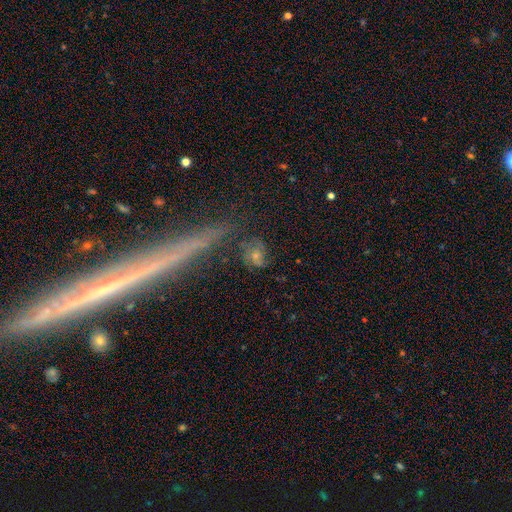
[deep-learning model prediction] smooth_or_featured: featured or disk (p=0.47) [alt: smooth p=0.36]
merging: none (p=0.48) [alt: major disturbance p=0.21]